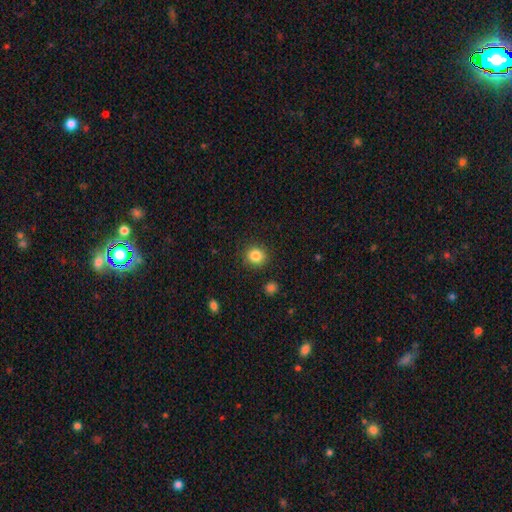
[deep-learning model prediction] This is clearly a smooth galaxy (85%). How rounded: clearly round (83%). Merging: clearly none (89%).